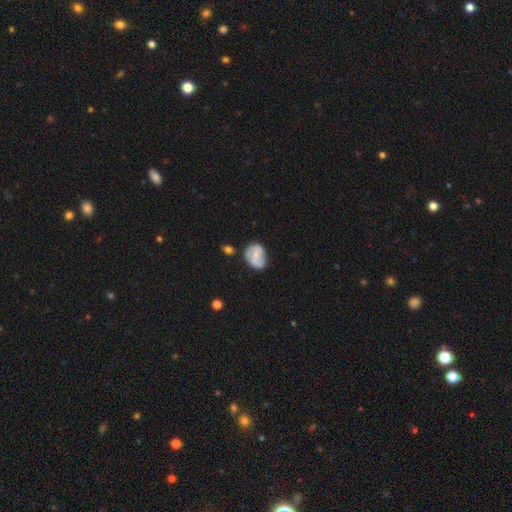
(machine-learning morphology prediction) Smooth or featured: smooth — 49% (featured or disk — 44%)
Merging: none — 47% (minor disturbance — 35%)